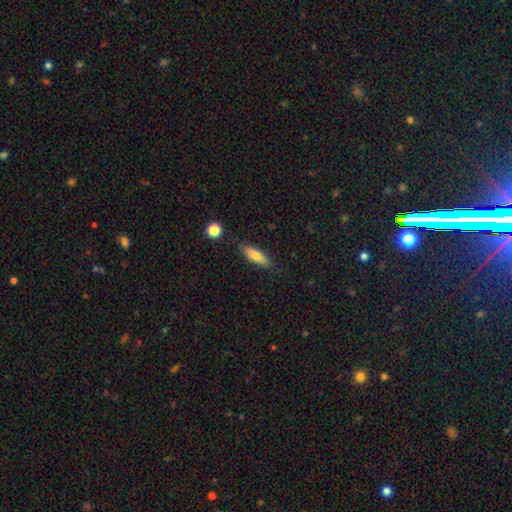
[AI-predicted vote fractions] Morphology: type=smooth (73%); roundness=cigar-shaped (53%); merging=none (83%).